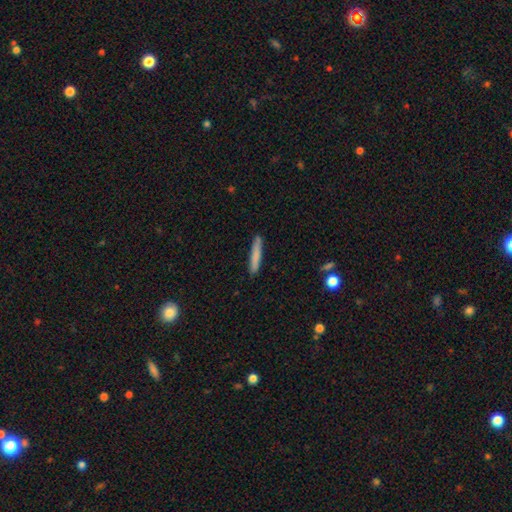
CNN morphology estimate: type=smooth (78%); roundness=cigar-shaped (94%); merging=none (89%).